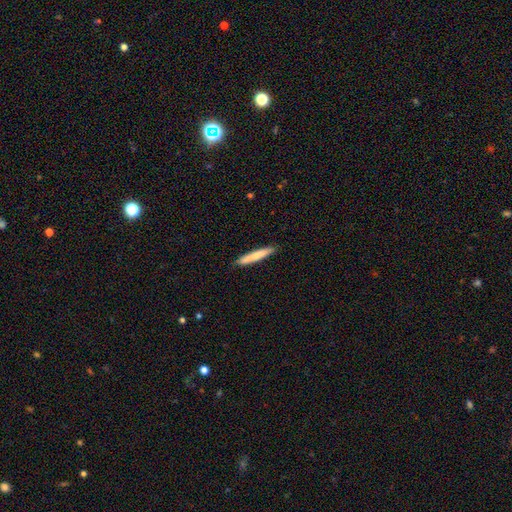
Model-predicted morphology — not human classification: Smooth or featured?
  - smooth: 71% *
  - featured or disk: 24%
  - star or artifact: 5%
How rounded?
  - cigar-shaped: 94% *
  - in between: 5%
  - round: 1%
Merging?
  - none: 90% *
  - minor disturbance: 7%
  - major disturbance: 1%
  - merger: 1%